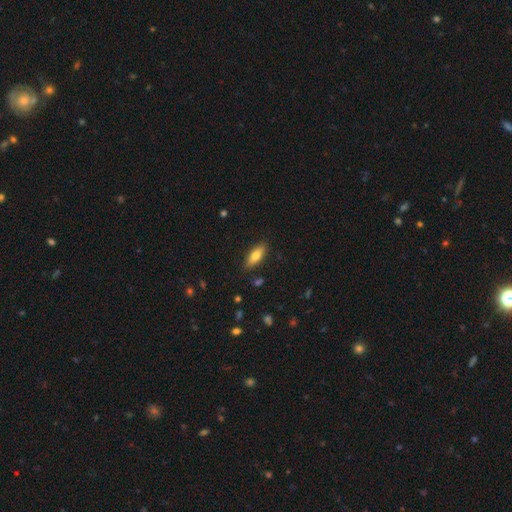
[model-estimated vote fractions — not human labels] Smooth or featured? smooth (74%)
How rounded? in between (68%)
Merging? none (87%)